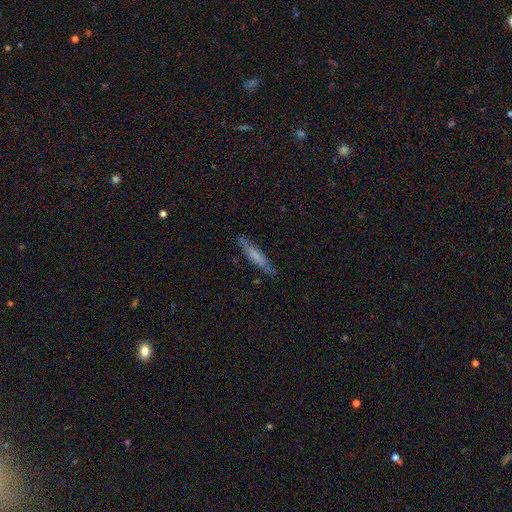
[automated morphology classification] smooth 58%, featured or disk 36%, star or artifact 6%. Down the decision tree: how rounded — cigar-shaped (91%); merging — none (83%).